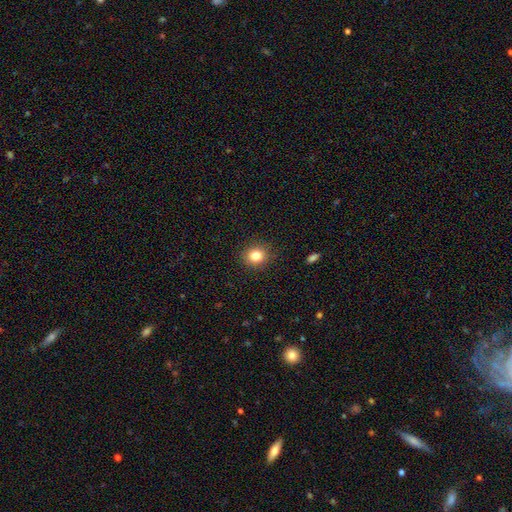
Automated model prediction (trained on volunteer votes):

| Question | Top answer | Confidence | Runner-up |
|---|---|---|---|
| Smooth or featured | smooth | 82% | star or artifact (11%) |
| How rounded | round | 81% | in between (18%) |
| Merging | none | 90% | minor disturbance (7%) |